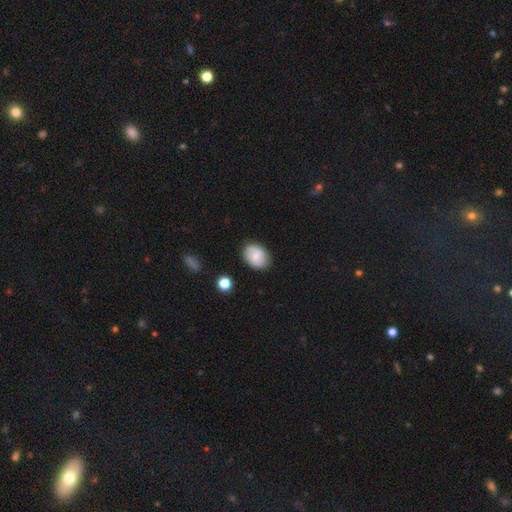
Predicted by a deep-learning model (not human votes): Smooth or featured? Predicted: smooth (p=0.70). How rounded? Predicted: in between (p=0.69). Merging? Predicted: none (p=0.83).